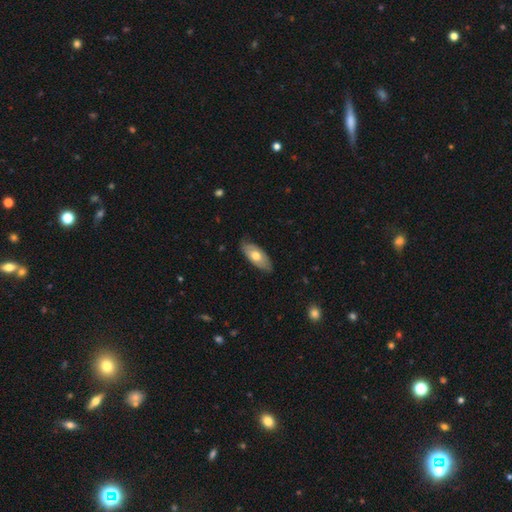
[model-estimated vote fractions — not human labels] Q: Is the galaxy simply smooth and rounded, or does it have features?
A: smooth — 60%.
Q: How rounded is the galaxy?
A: in between — 88%.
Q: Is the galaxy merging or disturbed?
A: none — 79%.